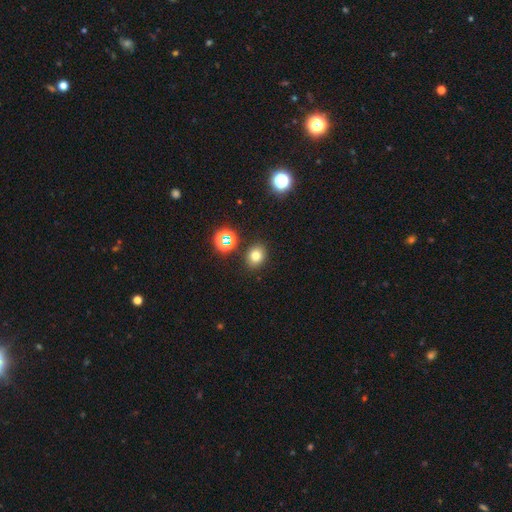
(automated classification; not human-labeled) This appears to be a smooth galaxy with no disk features (74%) that is round (54%). Merging: none (86%).